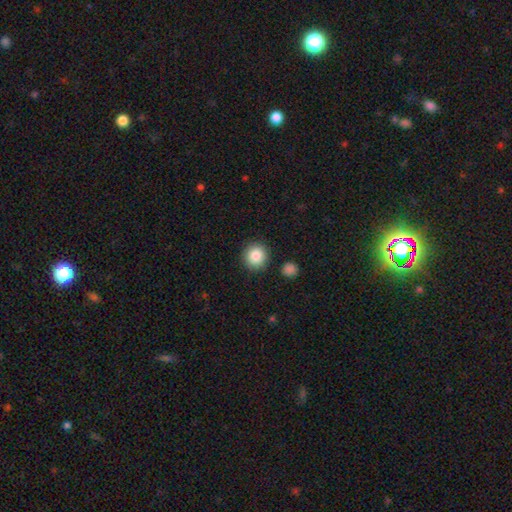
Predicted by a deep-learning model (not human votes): Smooth or featured? smooth (86%)
How rounded? round (92%)
Merging? none (88%)